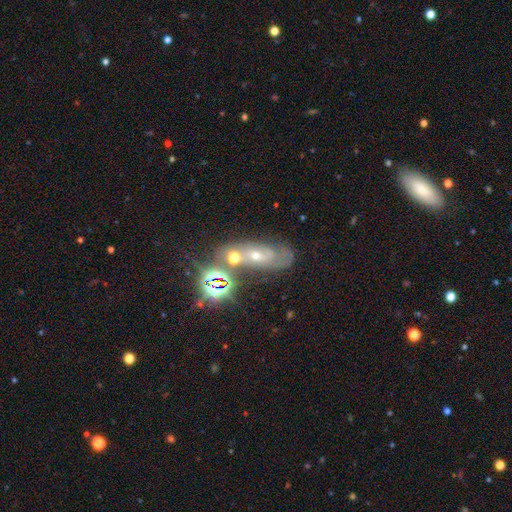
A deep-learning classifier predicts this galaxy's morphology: Smooth or featured? Predicted: featured or disk (p=0.43). Merging? Predicted: none (p=0.46).